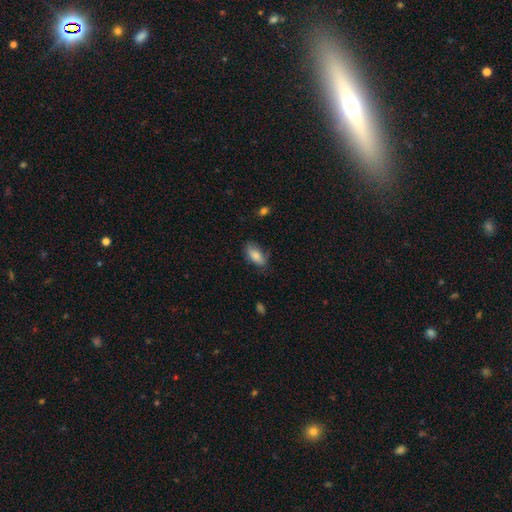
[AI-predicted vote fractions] Overall: smooth (80%). How rounded: in between (86%). Merging: none (63%; minor disturbance 27%).